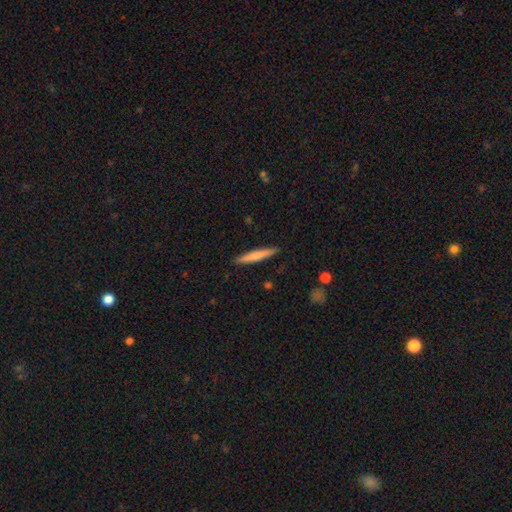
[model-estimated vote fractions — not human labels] smooth 69%, featured or disk 26%, star or artifact 5%. Down the decision tree: how rounded — cigar-shaped (95%); merging — none (90%).